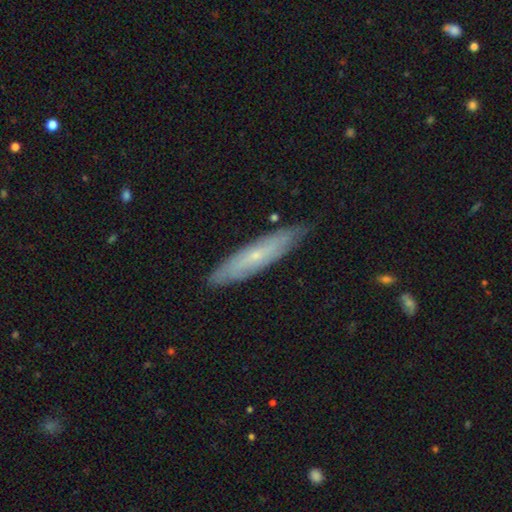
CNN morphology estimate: The model was most divided on "edge-on disk": yes: 52%, no: 48%. More confident: merging — none (81%); smooth or featured — featured or disk (57%).